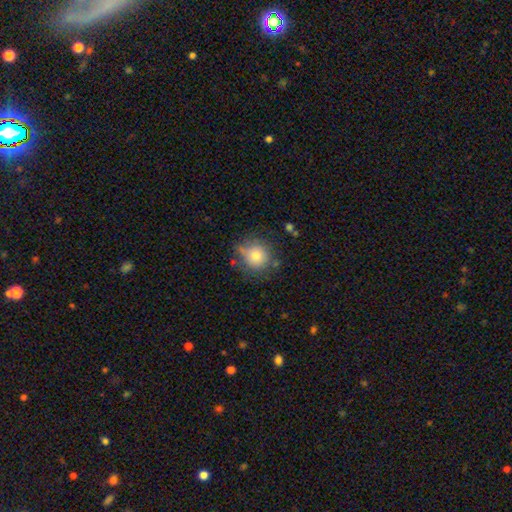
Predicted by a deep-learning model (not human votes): Overall: smooth (78%). How rounded: round (89%). Merging: none (70%).